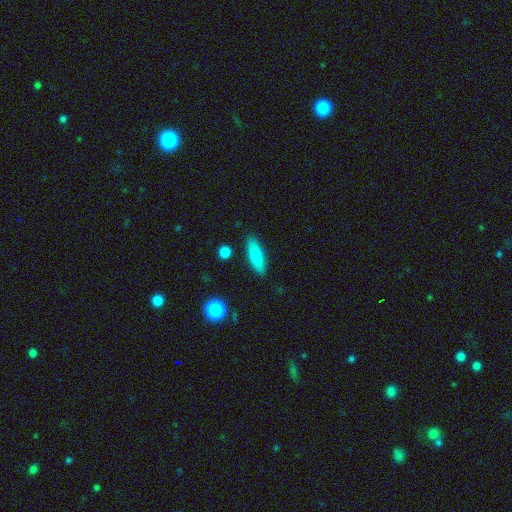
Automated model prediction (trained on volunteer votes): Smooth or featured? Predicted: smooth (p=0.81). How rounded? Predicted: cigar-shaped (p=0.59). Merging? Predicted: none (p=0.88).